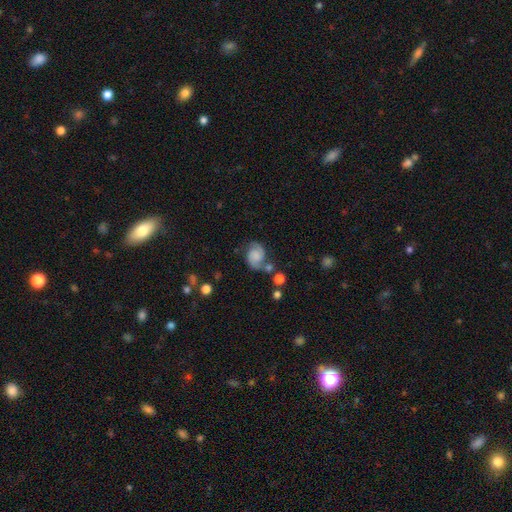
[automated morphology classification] featured or disk 67%, smooth 24%, star or artifact 9%. Down the decision tree: edge-on disk — no (98%); bar — no (65%); spiral arms — yes (94%); spiral arm count — 2 (90%); spiral winding — medium (50%); bulge size — none (39%); merging — none (58%).